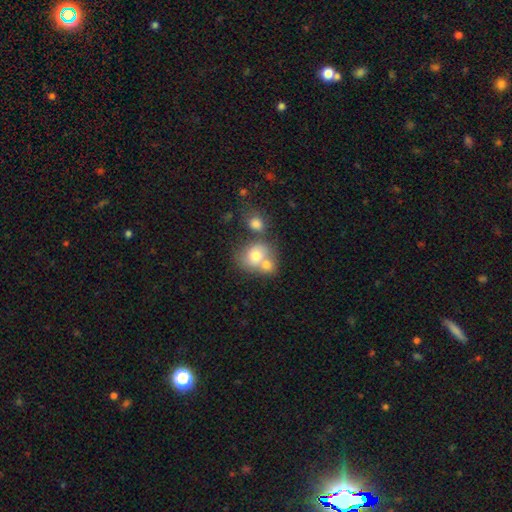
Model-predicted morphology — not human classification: Smooth or featured? smooth (70%)
How rounded? round (63%)
Merging? merger (57%)